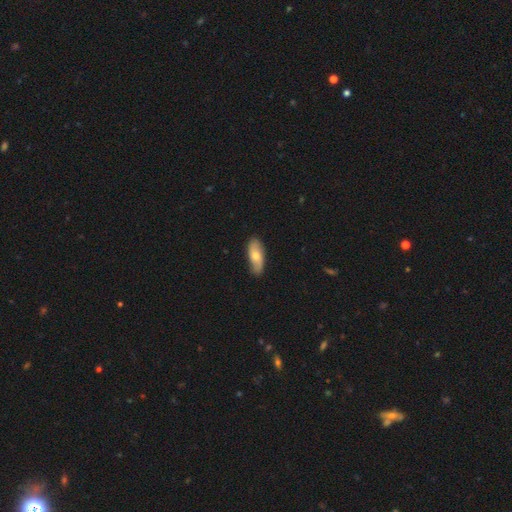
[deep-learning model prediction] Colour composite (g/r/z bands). It shows a smooth galaxy with no disk features (62%) that is in between round and cigar-shaped (77%). Merging: none (83%).